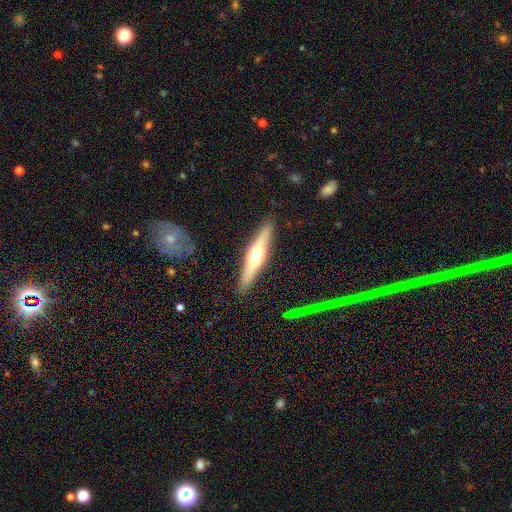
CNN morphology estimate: A featured or disk galaxy (57%) viewed edge-on (93%) with a rounded central bulge (91%). Merging: none (89%).